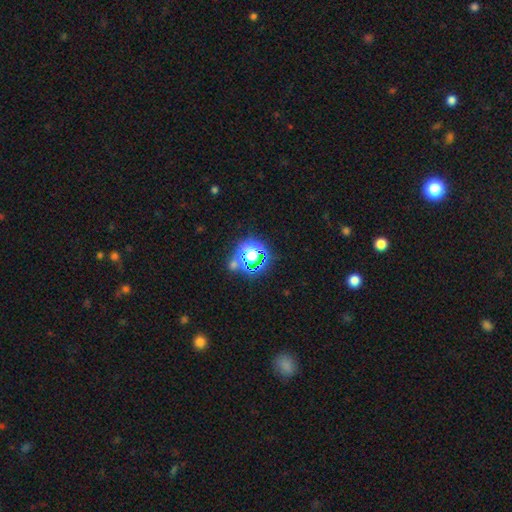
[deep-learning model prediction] A star or artifact, not a galaxy (62%).